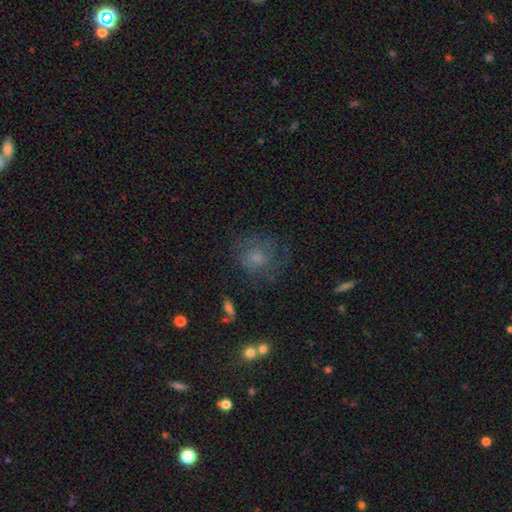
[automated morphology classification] Smooth or featured: smooth — 43% (featured or disk — 40%)
Merging: none — 68% (minor disturbance — 18%)